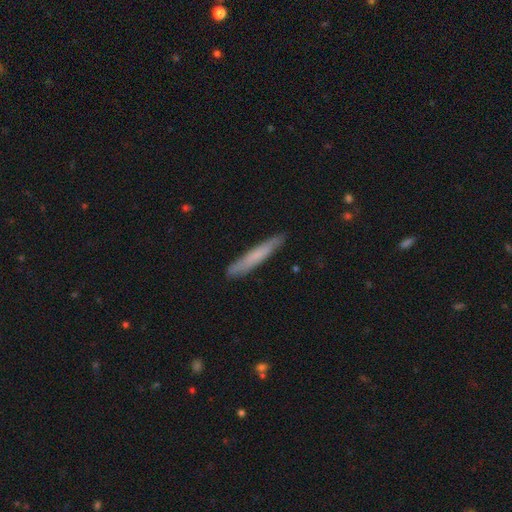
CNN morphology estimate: Smooth or featured?
  - smooth: 62% *
  - featured or disk: 32%
  - star or artifact: 6%
How rounded?
  - cigar-shaped: 95% *
  - in between: 4%
  - round: 1%
Merging?
  - none: 88% *
  - minor disturbance: 10%
  - major disturbance: 2%
  - merger: 1%